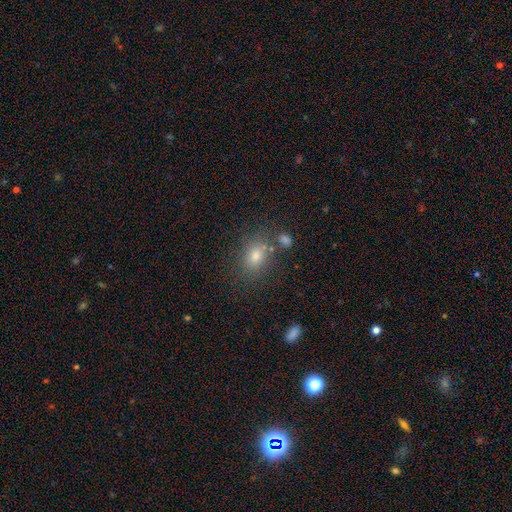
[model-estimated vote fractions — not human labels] Overall: smooth (73%). How rounded: in between (56%; round 42%). Merging: none (71%).